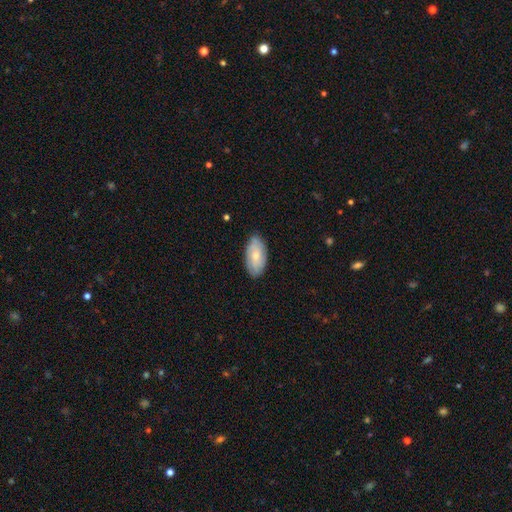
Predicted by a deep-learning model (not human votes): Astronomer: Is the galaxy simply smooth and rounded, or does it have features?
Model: smooth — 66%.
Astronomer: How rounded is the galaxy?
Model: in between — 93%.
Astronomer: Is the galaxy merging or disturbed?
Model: none — 82%.